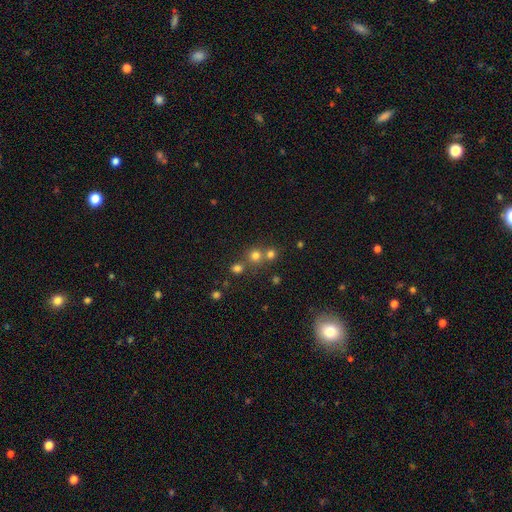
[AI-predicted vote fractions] The model was most divided on "merging": none: 59%, merger: 32%, minor disturbance: 6%, major disturbance: 3%. More confident: how rounded — round (90%); smooth or featured — smooth (71%).